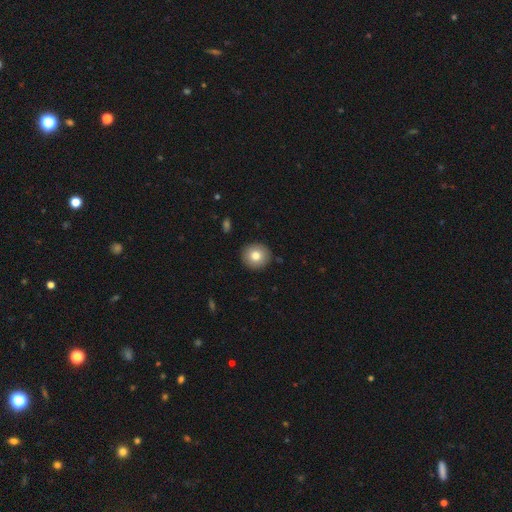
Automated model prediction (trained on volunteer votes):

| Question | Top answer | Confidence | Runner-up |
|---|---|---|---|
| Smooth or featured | smooth | 78% | featured or disk (13%) |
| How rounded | round | 92% | in between (7%) |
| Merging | none | 91% | minor disturbance (6%) |